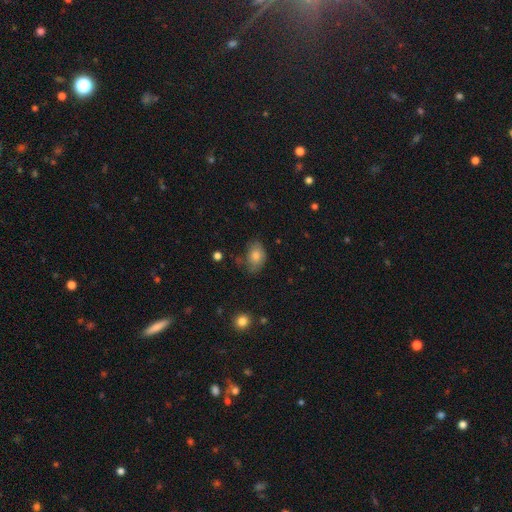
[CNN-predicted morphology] Smooth or featured? smooth (79%)
How rounded? in between (82%)
Merging? none (60%)